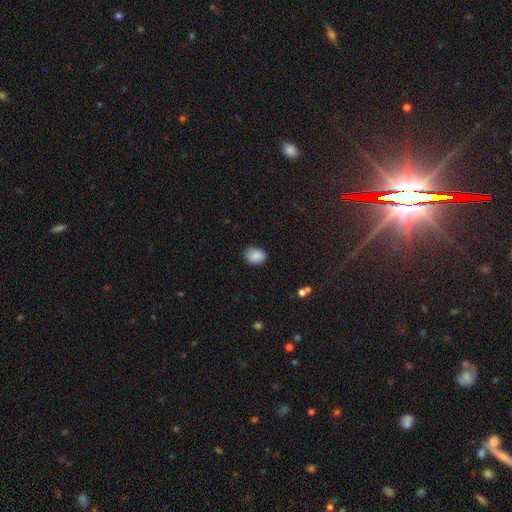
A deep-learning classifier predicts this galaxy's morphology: Overall: smooth (88%). How rounded: in between (70%). Merging: none (82%).